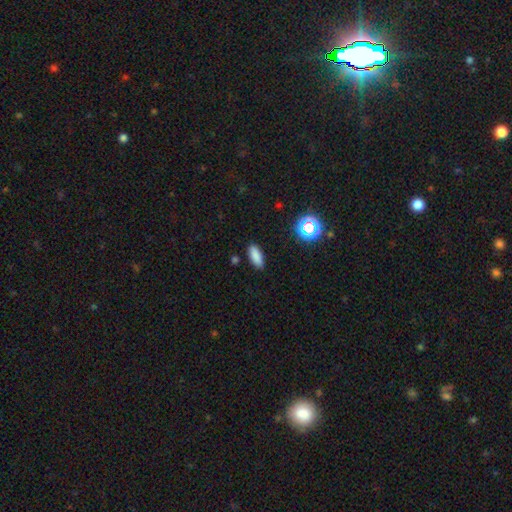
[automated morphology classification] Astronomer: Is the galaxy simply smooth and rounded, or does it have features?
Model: smooth — 83%.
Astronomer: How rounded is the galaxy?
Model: in between — 76%.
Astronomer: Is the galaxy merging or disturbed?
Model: none — 88%.